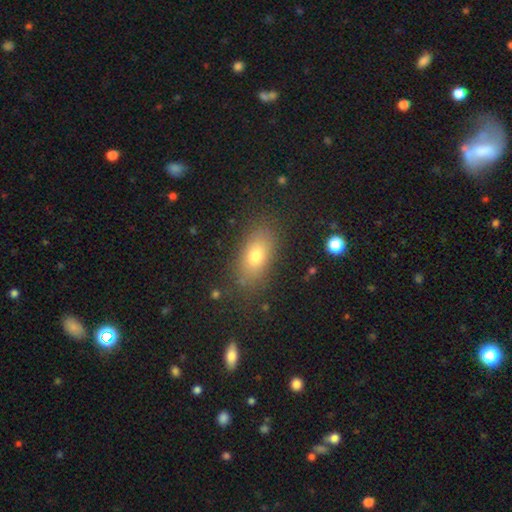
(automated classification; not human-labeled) The model was most divided on "smooth or featured": smooth: 76%, featured or disk: 14%, star or artifact: 10%. More confident: how rounded — in between (85%); merging — none (82%).